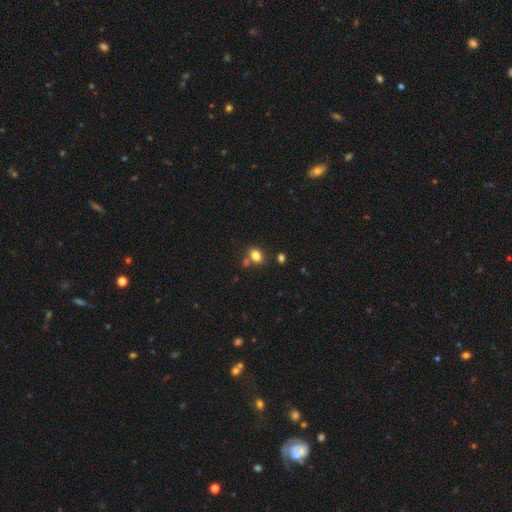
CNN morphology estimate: Smooth or featured?
  - smooth: 81% *
  - star or artifact: 12%
  - featured or disk: 7%
How rounded?
  - in between: 68% *
  - round: 31%
  - cigar-shaped: 1%
Merging?
  - none: 64% *
  - merger: 20%
  - minor disturbance: 13%
  - major disturbance: 4%